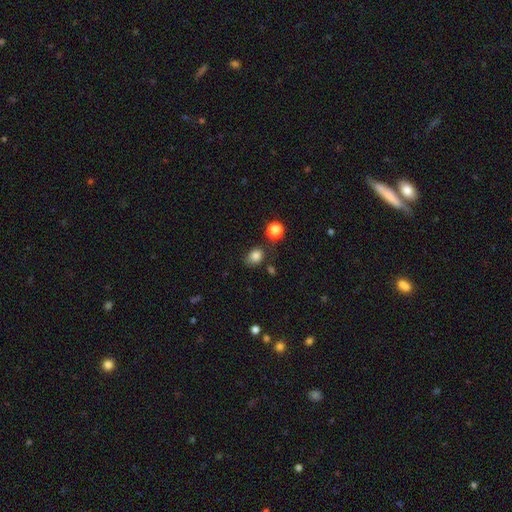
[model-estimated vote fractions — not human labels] A smooth galaxy with no disk features (82%) that is round (50%).

Vote fractions:
- Smooth or featured? smooth: 82% / star or artifact: 12% / featured or disk: 6%
- How rounded? round: 50% / in between: 49% / cigar-shaped: 1%
- Merging? none: 70% / minor disturbance: 18% / merger: 7% / major disturbance: 5%